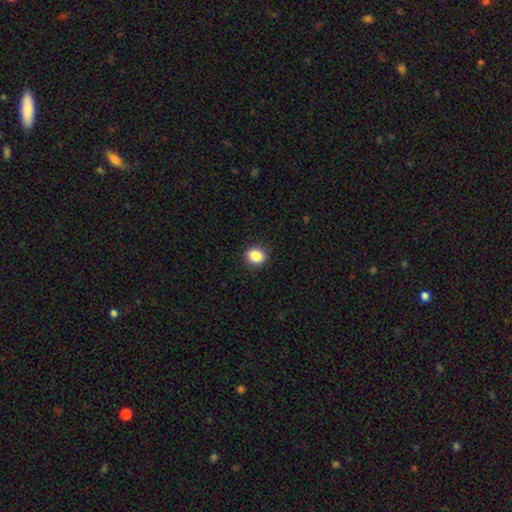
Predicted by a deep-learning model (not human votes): Morphology: type=smooth (87%); roundness=round (64%); merging=none (89%).